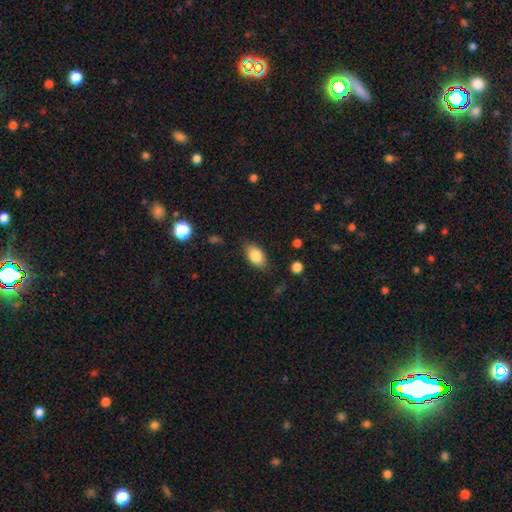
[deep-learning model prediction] A smooth galaxy with no disk features (84%) that is in between round and cigar-shaped (90%). Merging: none (81%).